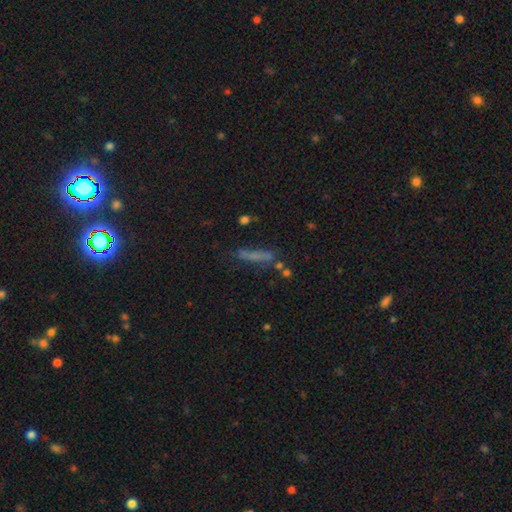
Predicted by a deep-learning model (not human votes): Smooth or featured? smooth (57%)
How rounded? cigar-shaped (84%)
Merging? none (61%)